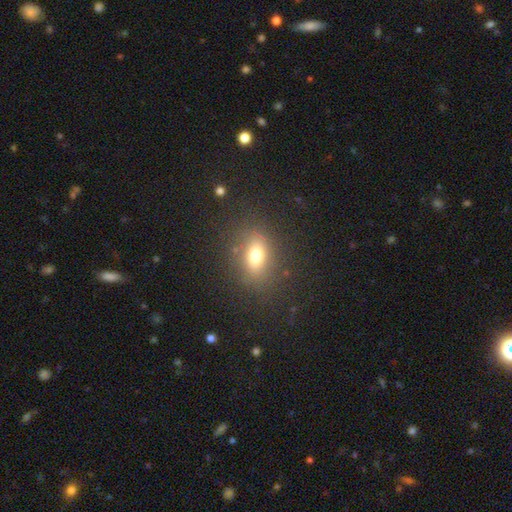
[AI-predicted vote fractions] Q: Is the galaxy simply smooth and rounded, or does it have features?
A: smooth — 72%.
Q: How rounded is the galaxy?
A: in between — 71%.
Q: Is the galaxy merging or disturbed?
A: none — 81%.